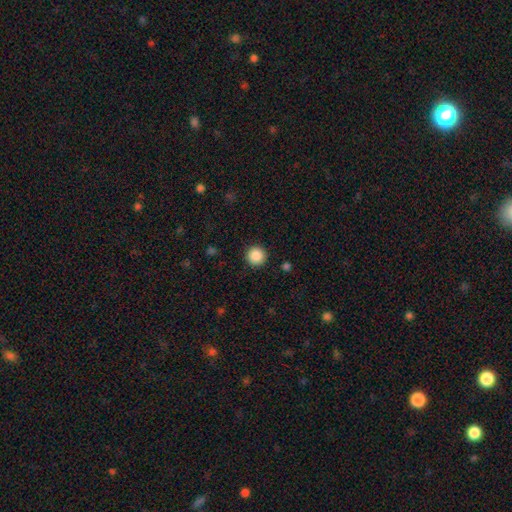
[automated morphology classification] smooth 88%, star or artifact 9%, featured or disk 3%. Down the decision tree: how rounded — round (96%); merging — none (92%).